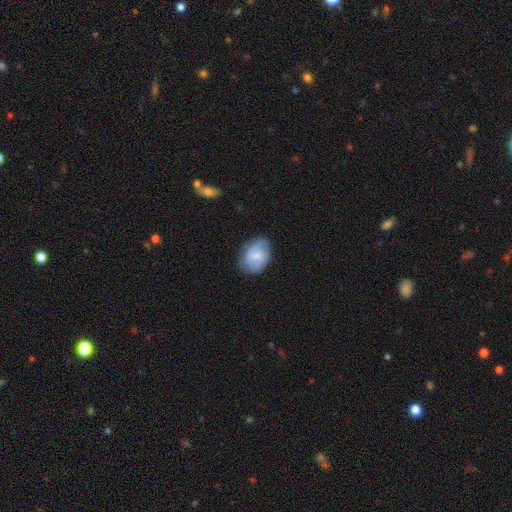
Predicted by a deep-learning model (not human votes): Morphology: type=smooth (60%); roundness=in between (69%); merging=none (72%).